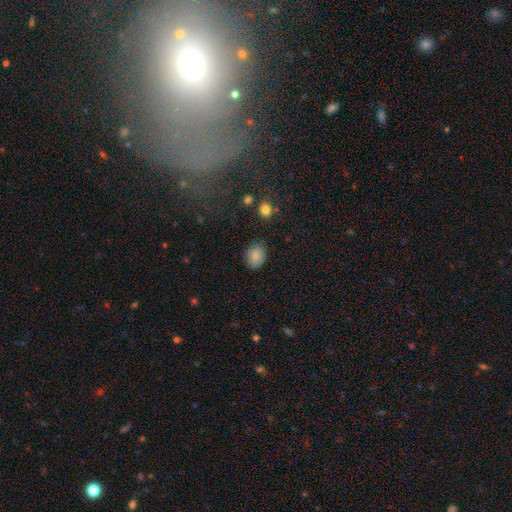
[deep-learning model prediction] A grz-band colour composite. It shows a smooth galaxy with no disk features (84%) that is in between round and cigar-shaped (54%). Merging: none (79%).